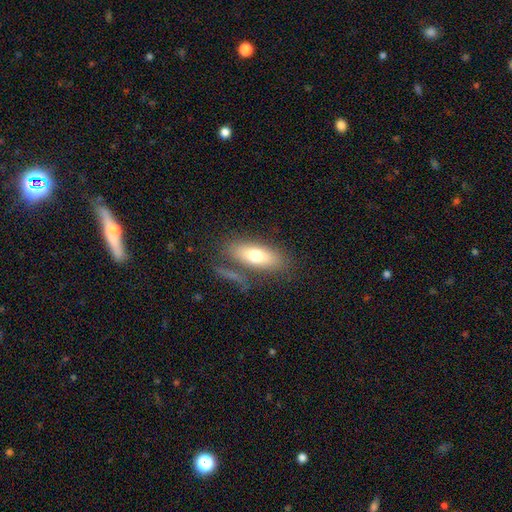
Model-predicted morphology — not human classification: smooth_or_featured: smooth (p=0.69) [alt: featured or disk p=0.23]
how_rounded: in between (p=0.74) [alt: cigar-shaped p=0.23]
merging: none (p=0.68) [alt: minor disturbance p=0.16]